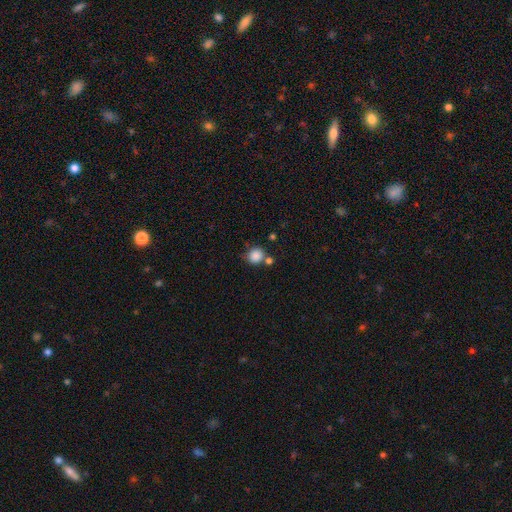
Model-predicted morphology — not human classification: A smooth galaxy with no disk features (86%) that is round (85%).

Vote fractions:
- Smooth or featured? smooth: 86% / star or artifact: 10% / featured or disk: 4%
- How rounded? round: 85% / in between: 14% / cigar-shaped: 1%
- Merging? none: 65% / merger: 18% / minor disturbance: 13% / major disturbance: 4%